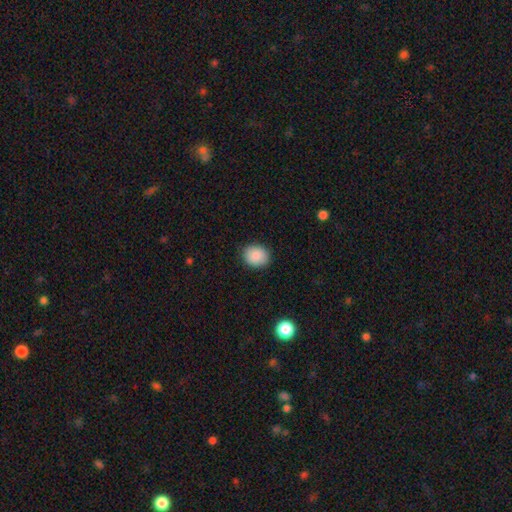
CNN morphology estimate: This is clearly a smooth galaxy (88%). How rounded: likely round (62%). Merging: clearly none (87%).